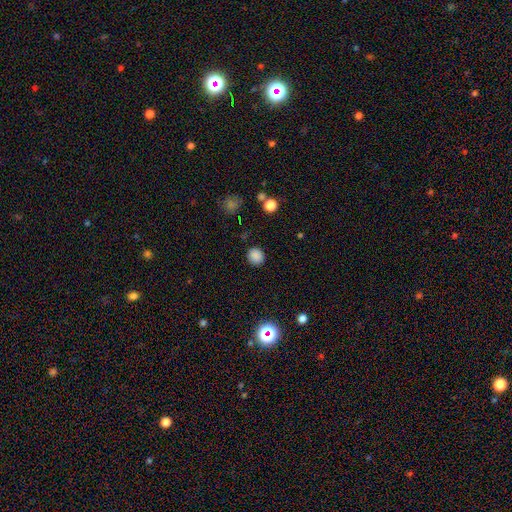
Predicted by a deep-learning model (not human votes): Smooth or featured: smooth — 84% (star or artifact — 12%)
How rounded: round — 82% (in between — 17%)
Merging: none — 88% (minor disturbance — 8%)